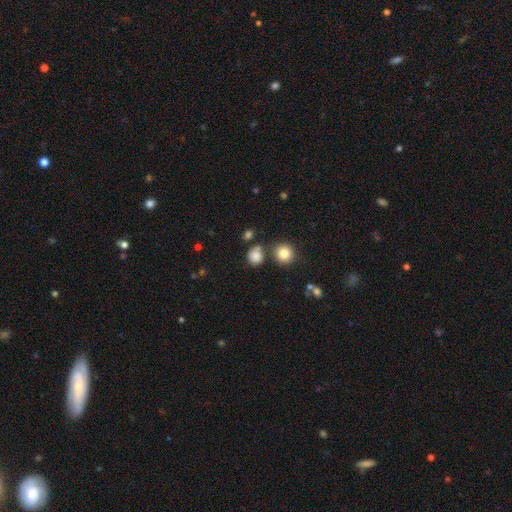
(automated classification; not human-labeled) This appears to be a smooth galaxy with no disk features (82%) that is round (76%). Merging: none (64%).